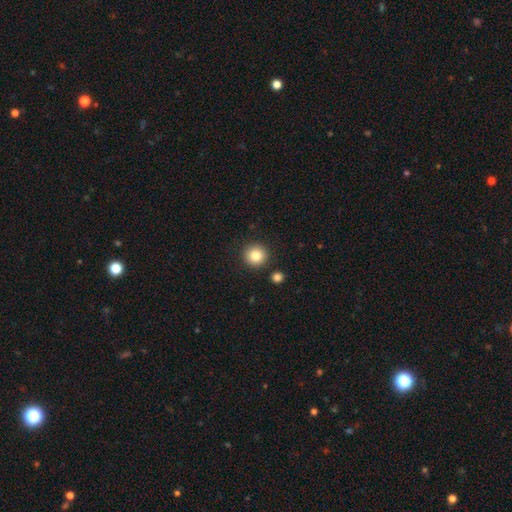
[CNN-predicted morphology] Smooth or featured? smooth (84%)
How rounded? round (94%)
Merging? none (89%)